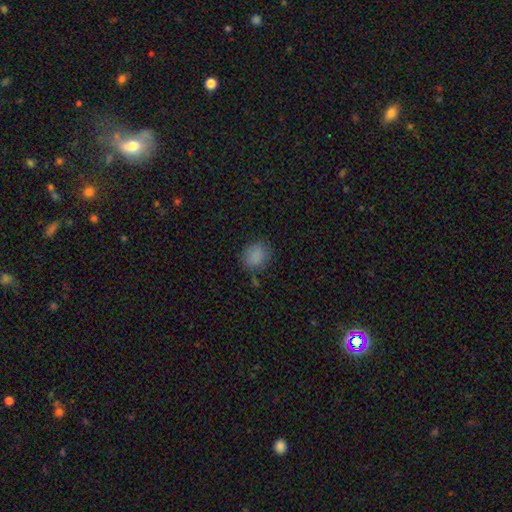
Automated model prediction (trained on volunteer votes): A smooth galaxy with no disk features (84%) that is round (59%).

Vote fractions:
- Smooth or featured? smooth: 84% / star or artifact: 11% / featured or disk: 5%
- How rounded? round: 59% / in between: 40% / cigar-shaped: 1%
- Merging? none: 76% / minor disturbance: 17% / major disturbance: 5% / merger: 2%